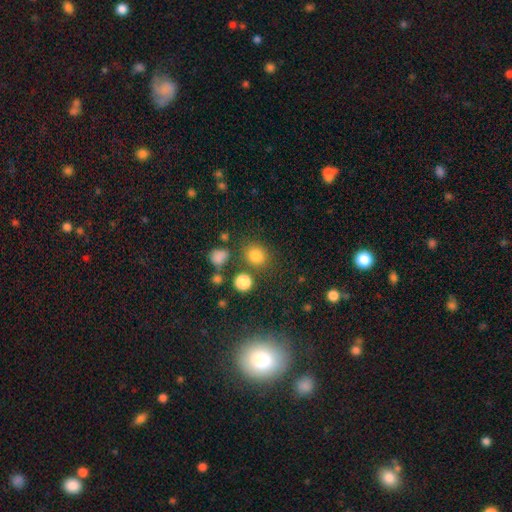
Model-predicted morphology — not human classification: smooth 81%, star or artifact 14%, featured or disk 5%. Down the decision tree: how rounded — round (78%); merging — none (77%).